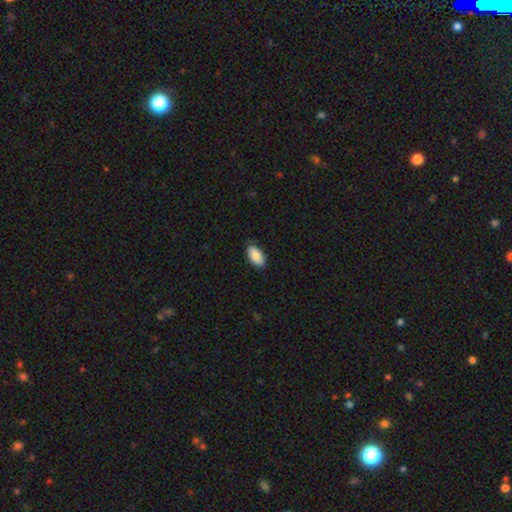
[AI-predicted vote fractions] Smooth or featured?
  - smooth: 89% *
  - star or artifact: 6%
  - featured or disk: 5%
How rounded?
  - in between: 94% *
  - cigar-shaped: 3%
  - round: 2%
Merging?
  - none: 83% *
  - minor disturbance: 14%
  - major disturbance: 2%
  - merger: 1%